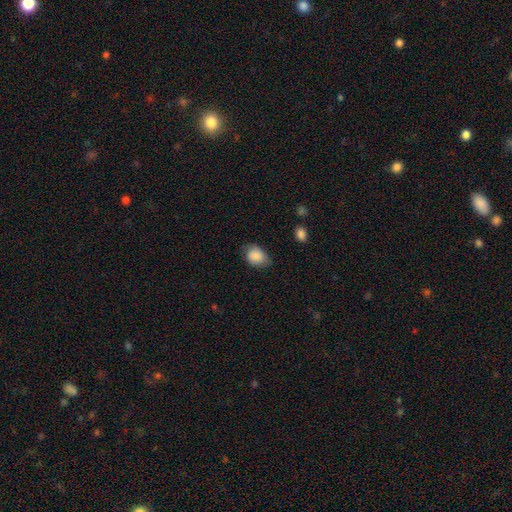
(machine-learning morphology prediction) smooth 85%, featured or disk 7%, star or artifact 7%. Down the decision tree: how rounded — in between (71%); merging — none (64%).